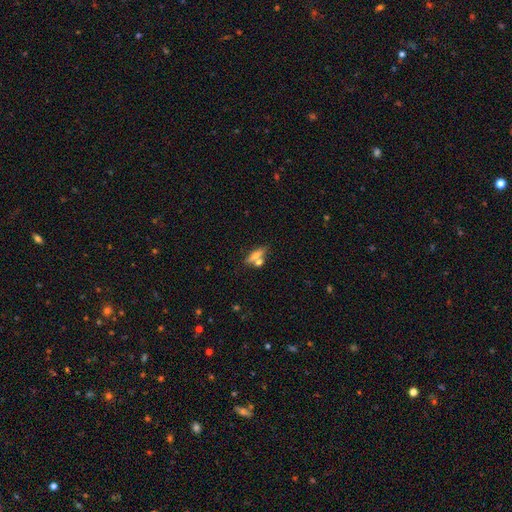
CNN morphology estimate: smooth_or_featured: smooth (p=0.62) [alt: featured or disk p=0.29]
how_rounded: cigar-shaped (p=0.48) [alt: in between p=0.45]
merging: none (p=0.54) [alt: merger p=0.30]